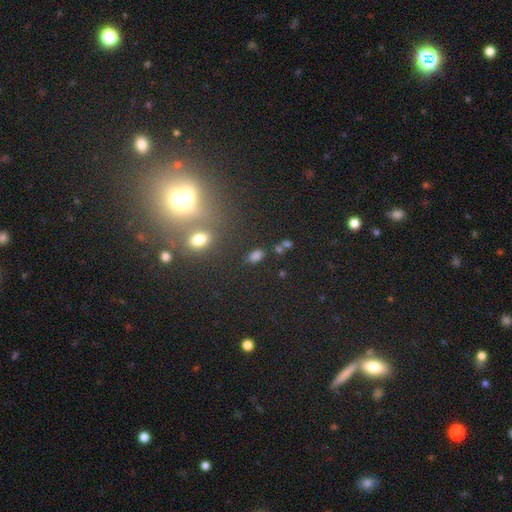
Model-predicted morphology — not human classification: The model was most divided on "smooth or featured": smooth: 76%, star or artifact: 18%, featured or disk: 6%. More confident: how rounded — in between (85%); merging — none (76%).